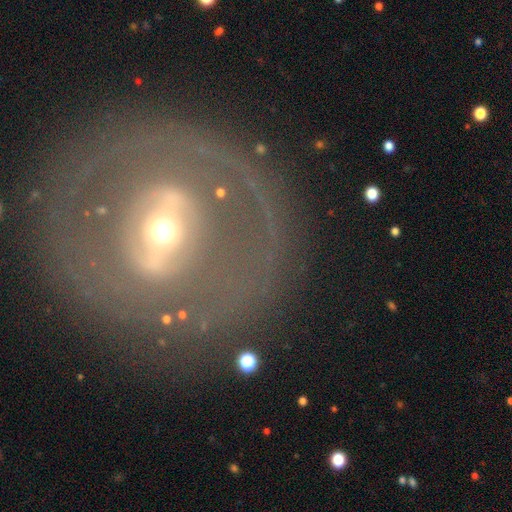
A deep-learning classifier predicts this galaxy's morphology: Smooth or featured?
  - featured or disk: 69% *
  - smooth: 22%
  - star or artifact: 9%
Edge-on disk?
  - no: 91% *
  - yes: 9%
Bar?
  - strong: 39% *
  - weak: 31%
  - no: 30%
Spiral arms?
  - no: 69% *
  - yes: 31%
Bulge size?
  - moderate: 46% *
  - small: 45%
  - large: 6%
  - dominant: 2%
  - none: 1%
Merging?
  - none: 78% *
  - minor disturbance: 11%
  - major disturbance: 9%
  - merger: 2%